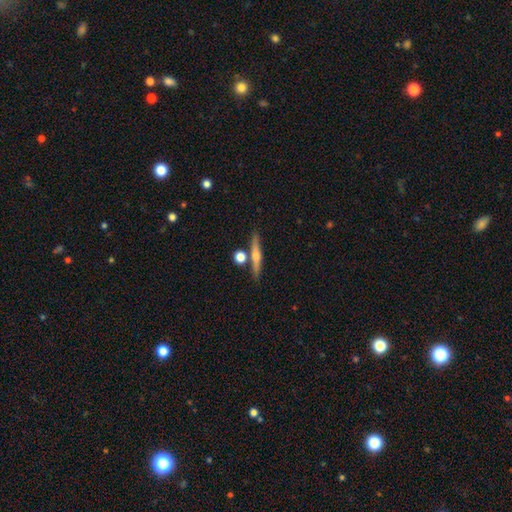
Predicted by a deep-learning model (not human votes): The model was most divided on "smooth or featured": featured or disk: 49%, smooth: 44%, star or artifact: 7%. More confident: merging — none (77%).